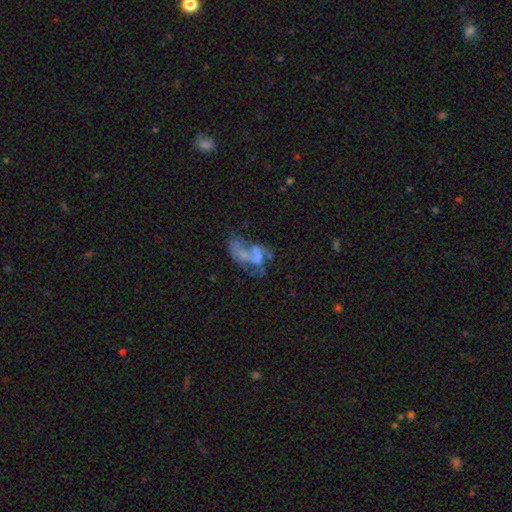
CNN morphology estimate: Smooth or featured? featured or disk (61%)
Edge-on disk? no (98%)
Bar? no (82%)
Spiral arms? no (74%)
Bulge size? none (64%)
Merging? major disturbance (34%)